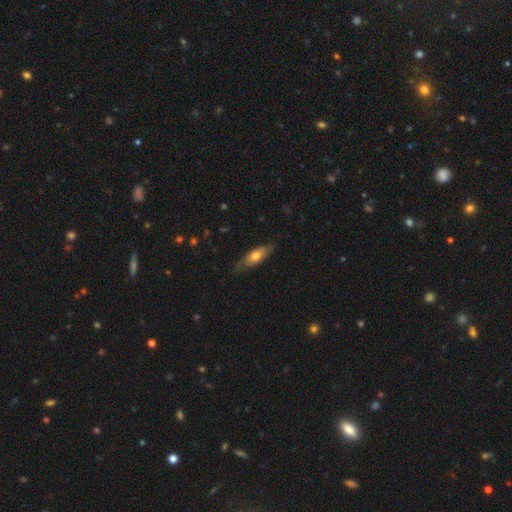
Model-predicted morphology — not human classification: A smooth galaxy with no disk features (56%) that is in between round and cigar-shaped (57%).

Vote fractions:
- Smooth or featured? smooth: 56% / featured or disk: 38% / star or artifact: 6%
- How rounded? in between: 57% / cigar-shaped: 40% / round: 3%
- Merging? none: 75% / minor disturbance: 20% / major disturbance: 4% / merger: 1%